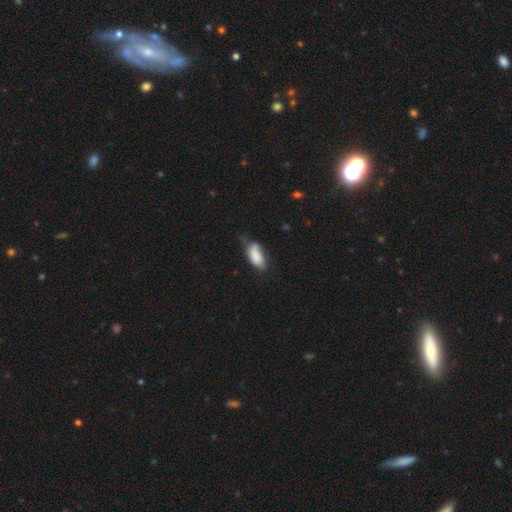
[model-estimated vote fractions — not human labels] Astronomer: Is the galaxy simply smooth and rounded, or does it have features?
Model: smooth — 81%.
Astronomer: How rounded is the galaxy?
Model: in between — 87%.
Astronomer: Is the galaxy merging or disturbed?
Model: minor disturbance — 41% (runner-up: none, 40%).